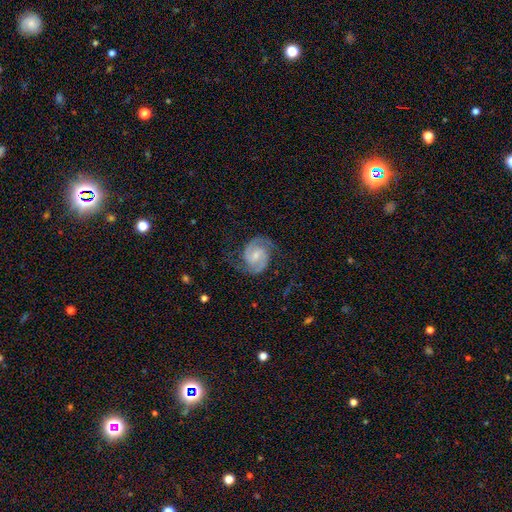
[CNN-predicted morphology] featured or disk 88%, smooth 7%, star or artifact 5%. Down the decision tree: edge-on disk — no (98%); bar — weak (51%); spiral arms — yes (98%); spiral arm count — 2 (92%); spiral winding — medium (52%); bulge size — small (47%); merging — none (74%).